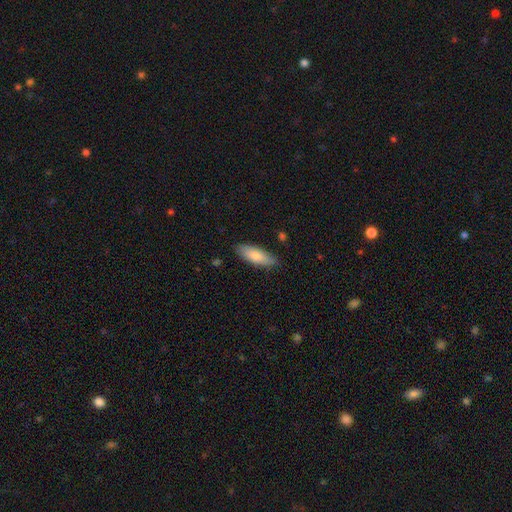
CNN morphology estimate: Smooth or featured: smooth — 80% (featured or disk — 15%)
How rounded: in between — 67% (cigar-shaped — 31%)
Merging: none — 84% (minor disturbance — 12%)